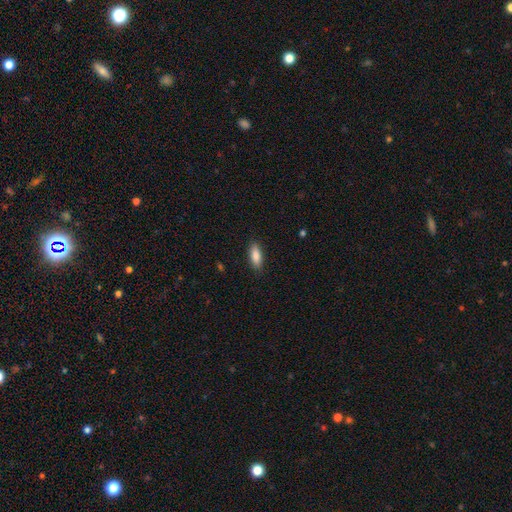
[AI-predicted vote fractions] Q: Smooth or featured?
A: smooth (87%); runner-up: featured or disk (7%)
Q: How rounded?
A: in between (74%); runner-up: cigar-shaped (24%)
Q: Merging?
A: none (87%); runner-up: minor disturbance (10%)